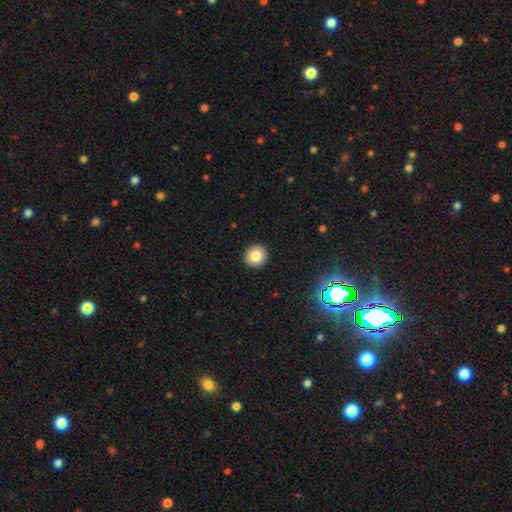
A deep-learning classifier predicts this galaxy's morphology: Smooth or featured?
  - smooth: 83% *
  - star or artifact: 10%
  - featured or disk: 7%
How rounded?
  - round: 89% *
  - in between: 10%
  - cigar-shaped: 1%
Merging?
  - none: 93% *
  - minor disturbance: 5%
  - major disturbance: 2%
  - merger: 1%